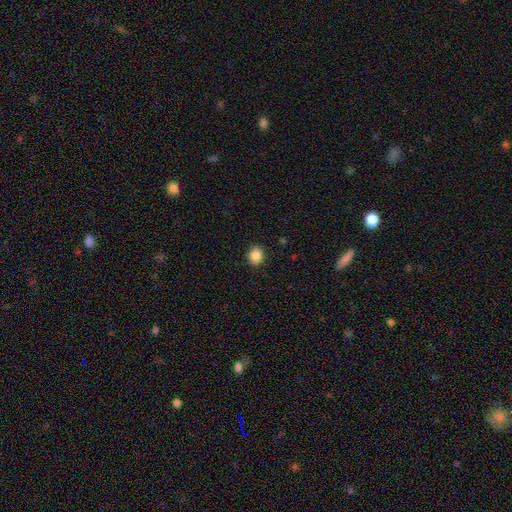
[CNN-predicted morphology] Smooth or featured: smooth — 87% (star or artifact — 10%)
How rounded: round — 78% (in between — 21%)
Merging: none — 92% (minor disturbance — 6%)